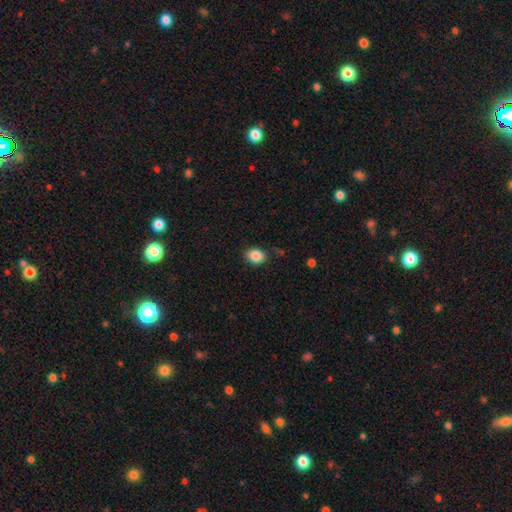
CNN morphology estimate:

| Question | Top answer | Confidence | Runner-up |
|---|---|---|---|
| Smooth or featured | smooth | 86% | star or artifact (9%) |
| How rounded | in between | 54% | round (45%) |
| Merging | none | 83% | minor disturbance (13%) |